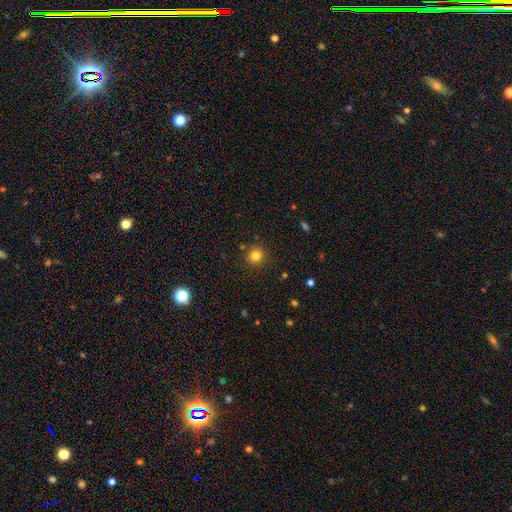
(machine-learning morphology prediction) Smooth or featured? smooth (81%)
How rounded? round (94%)
Merging? none (90%)